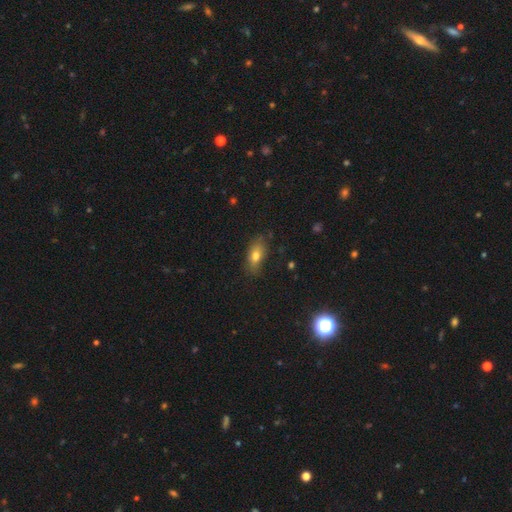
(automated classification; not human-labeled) This appears to be a smooth galaxy with no disk features (75%) that is in between round and cigar-shaped (82%). Merging: none (72%).